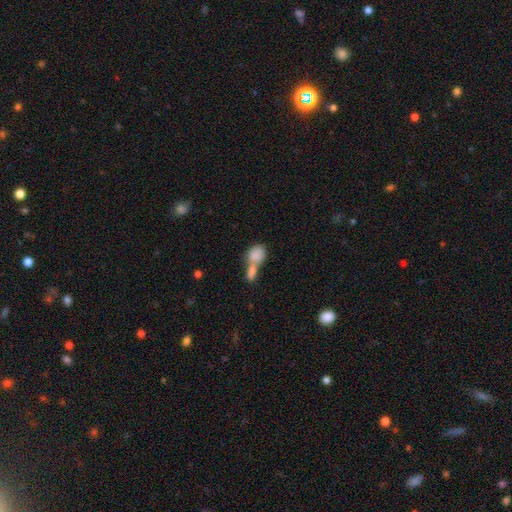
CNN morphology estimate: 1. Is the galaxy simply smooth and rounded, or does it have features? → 83% smooth, 10% featured or disk, 7% star or artifact.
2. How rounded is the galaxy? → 62% in between, 35% round, 4% cigar-shaped.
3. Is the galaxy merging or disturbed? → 70% merger, 19% none, 6% minor disturbance, 4% major disturbance.